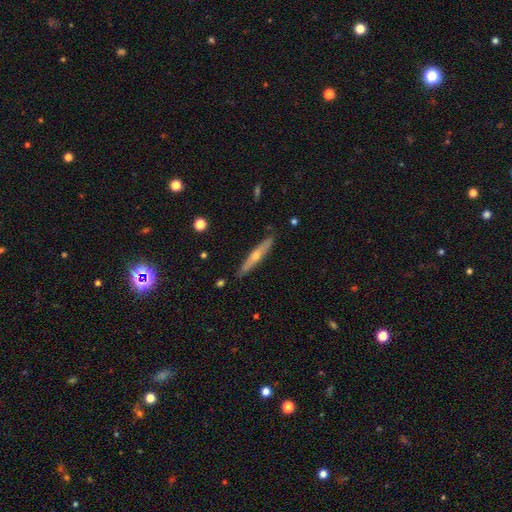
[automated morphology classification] A featured or disk galaxy (60%) viewed edge-on (93%) with a rounded central bulge (84%).

Vote fractions:
- Smooth or featured? featured or disk: 60% / smooth: 34% / star or artifact: 6%
- Edge-on disk? yes: 93% / no: 7%
- Edge-on bulge? rounded: 84% / none: 14% / boxy: 2%
- Merging? none: 88% / minor disturbance: 9% / major disturbance: 2% / merger: 1%